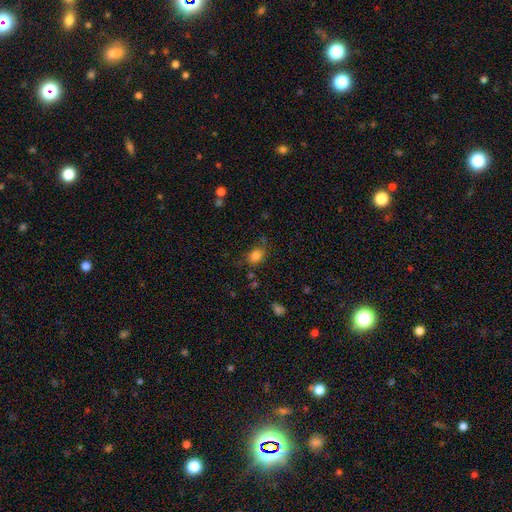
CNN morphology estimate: Smooth or featured? Predicted: smooth (p=0.81). How rounded? Predicted: in between (p=0.58). Merging? Predicted: none (p=0.67).